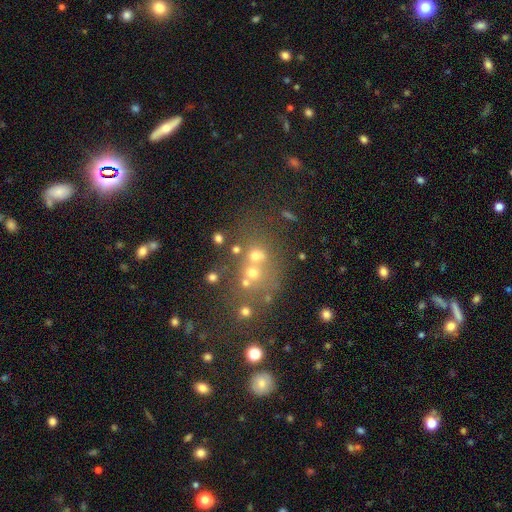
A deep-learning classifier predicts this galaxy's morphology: Smooth or featured: smooth — 54% (star or artifact — 25%)
How rounded: round — 73% (in between — 26%)
Merging: none — 45% (merger — 38%)